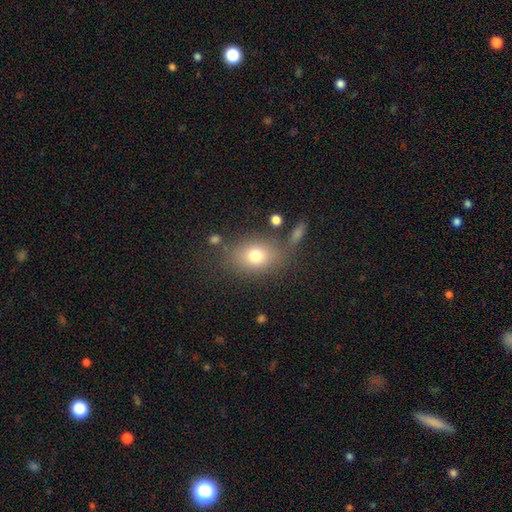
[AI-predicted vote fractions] Smooth or featured: smooth — 76% (featured or disk — 13%)
How rounded: in between — 66% (round — 32%)
Merging: none — 72% (minor disturbance — 14%)